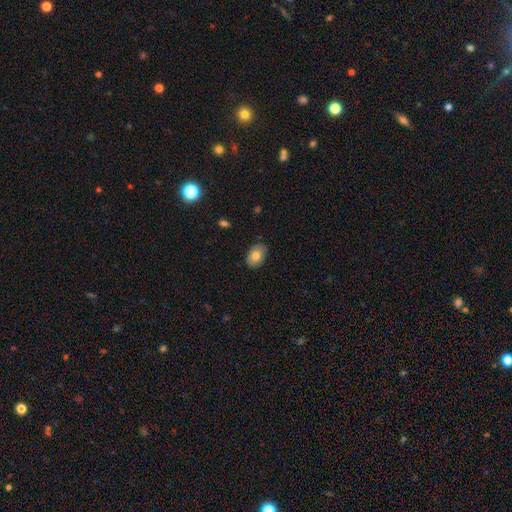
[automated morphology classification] Smooth or featured: smooth — 80% (featured or disk — 12%)
How rounded: in between — 84% (round — 15%)
Merging: none — 84% (minor disturbance — 13%)